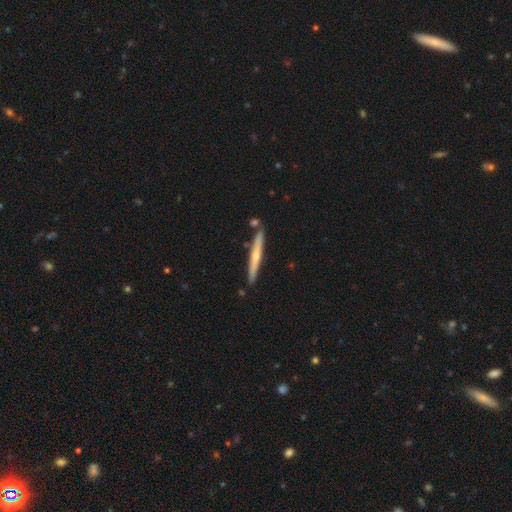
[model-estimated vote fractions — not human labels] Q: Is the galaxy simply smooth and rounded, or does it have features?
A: featured or disk — 54%.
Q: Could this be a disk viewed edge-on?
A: yes — 96%.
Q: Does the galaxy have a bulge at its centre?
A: rounded — 69%.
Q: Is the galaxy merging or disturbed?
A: none — 84%.